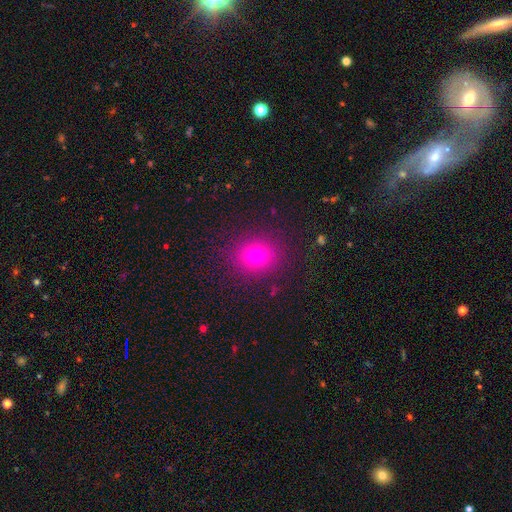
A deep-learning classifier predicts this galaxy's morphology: This is likely a smooth galaxy (73%). How rounded: likely round (75%). Merging: clearly none (87%).